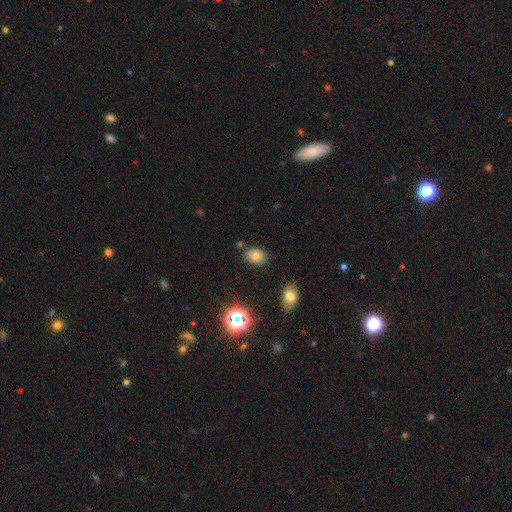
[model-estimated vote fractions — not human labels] smooth-or-featured: smooth: 77% | star or artifact: 14% | featured or disk: 10%
  how-rounded: in between: 76% | round: 23% | cigar-shaped: 1%
  merging: none: 79% | minor disturbance: 12% | merger: 6% | major disturbance: 3%